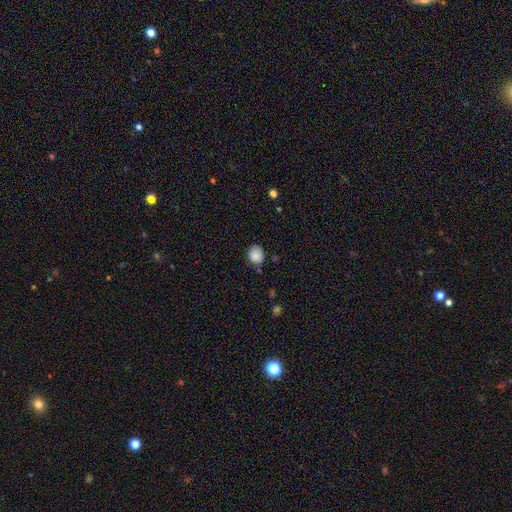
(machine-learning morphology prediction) smooth-or-featured: smooth: 87% | star or artifact: 9% | featured or disk: 4%
  how-rounded: round: 69% | in between: 30% | cigar-shaped: 1%
  merging: none: 75% | minor disturbance: 18% | major disturbance: 4% | merger: 3%